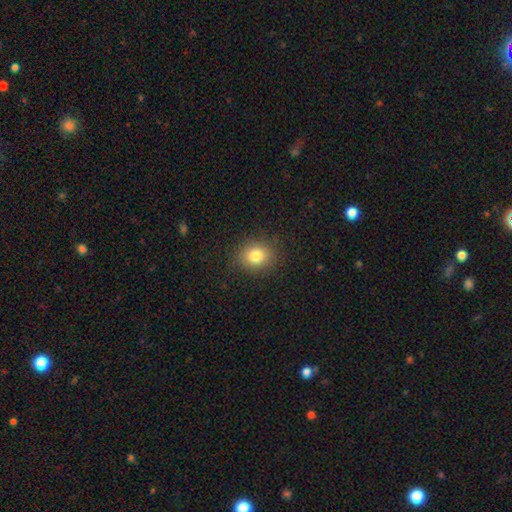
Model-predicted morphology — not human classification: A smooth galaxy with no disk features (81%) that is round (68%).

Vote fractions:
- Smooth or featured? smooth: 81% / star or artifact: 11% / featured or disk: 7%
- How rounded? round: 68% / in between: 31% / cigar-shaped: 1%
- Merging? none: 87% / minor disturbance: 9% / major disturbance: 3% / merger: 1%